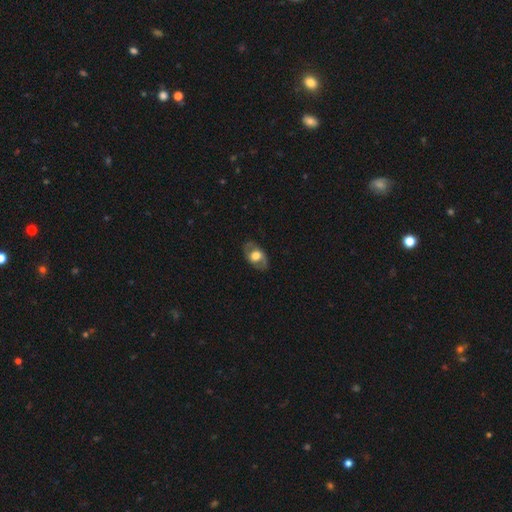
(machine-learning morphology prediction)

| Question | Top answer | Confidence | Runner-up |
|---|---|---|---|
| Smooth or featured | featured or disk | 54% | smooth (40%) |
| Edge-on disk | no | 91% | yes (9%) |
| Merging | none | 79% | minor disturbance (15%) |